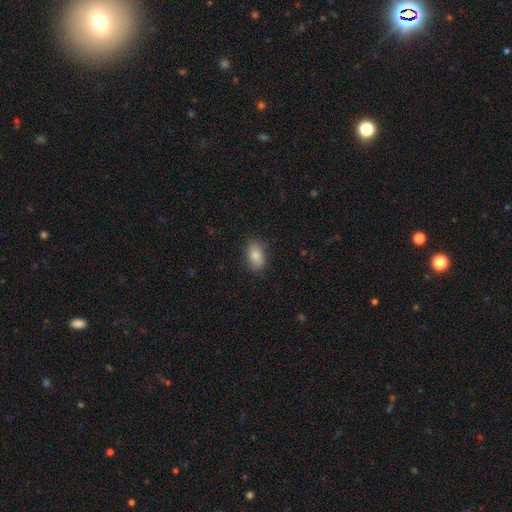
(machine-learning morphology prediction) Smooth or featured? Predicted: smooth (p=0.85). How rounded? Predicted: in between (p=0.87). Merging? Predicted: none (p=0.83).